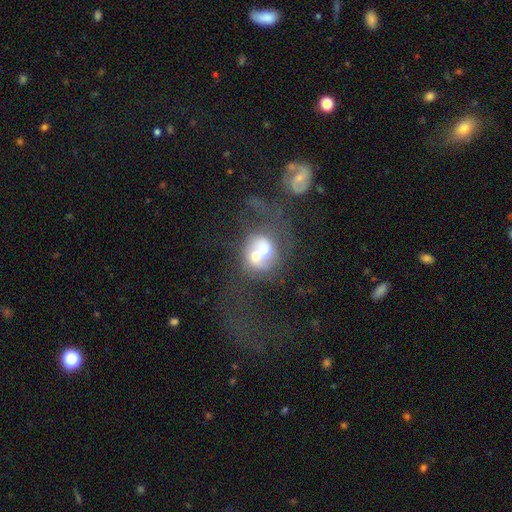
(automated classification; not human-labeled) A featured or disk galaxy (49%).

Vote fractions:
- Smooth or featured? featured or disk: 49% / smooth: 39% / star or artifact: 12%
- Merging? merger: 63% / major disturbance: 19% / none: 12% / minor disturbance: 6%